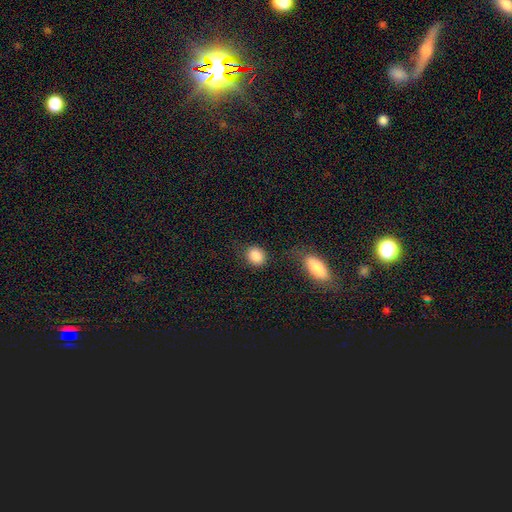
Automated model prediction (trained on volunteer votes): smooth_or_featured: smooth (p=0.88) [alt: star or artifact p=0.08]
how_rounded: round (p=0.53) [alt: in between p=0.45]
merging: none (p=0.76) [alt: minor disturbance p=0.13]